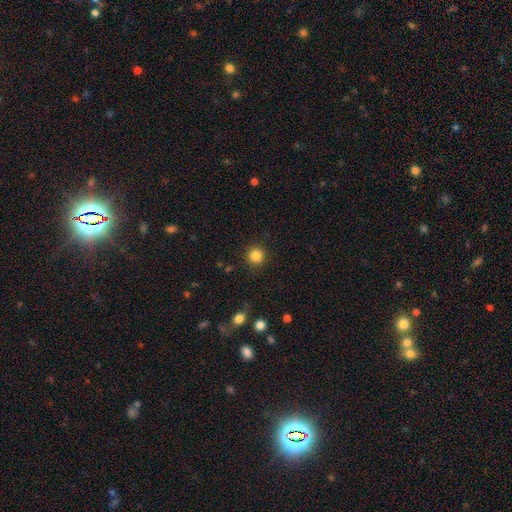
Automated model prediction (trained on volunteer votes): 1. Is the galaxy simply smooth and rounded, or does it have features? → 84% smooth, 12% star or artifact, 5% featured or disk.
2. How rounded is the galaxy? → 95% round, 4% in between, 1% cigar-shaped.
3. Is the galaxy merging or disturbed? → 91% none, 6% minor disturbance, 2% major disturbance, 1% merger.